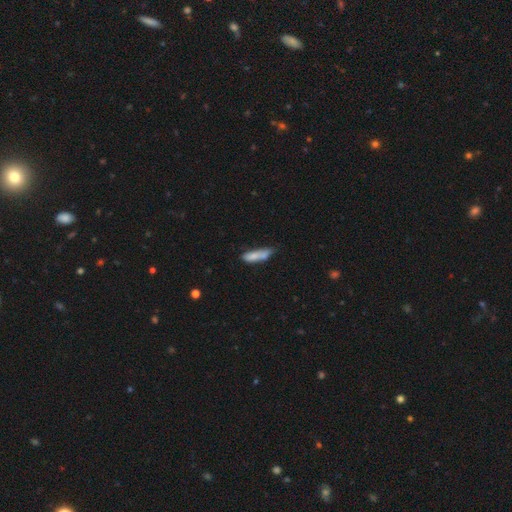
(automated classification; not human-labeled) This appears to be a smooth galaxy with no disk features (78%) that is cigar-shaped (64%). Merging: none (45%).